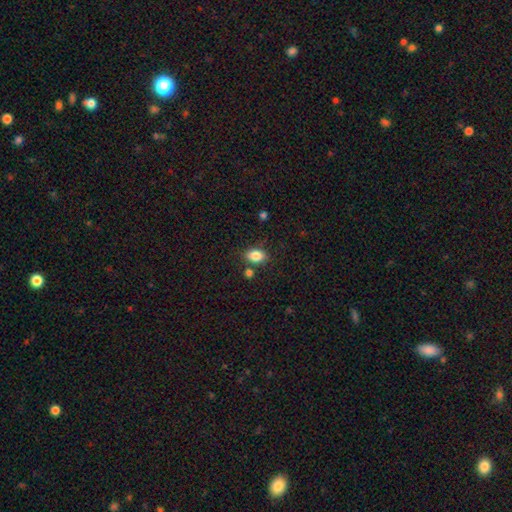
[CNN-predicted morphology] smooth-or-featured: smooth: 85% | star or artifact: 9% | featured or disk: 6%
  how-rounded: in between: 79% | round: 20% | cigar-shaped: 1%
  merging: none: 77% | minor disturbance: 12% | merger: 8% | major disturbance: 3%